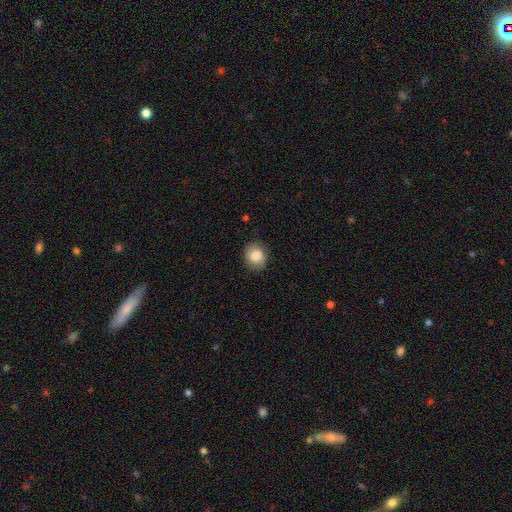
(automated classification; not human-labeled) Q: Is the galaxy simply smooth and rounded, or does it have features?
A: smooth — 82%.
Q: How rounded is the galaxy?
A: round — 75%.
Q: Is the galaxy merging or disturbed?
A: none — 85%.